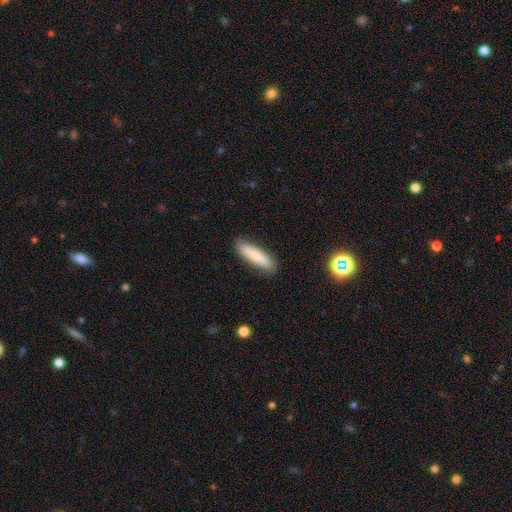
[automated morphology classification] The model was most divided on "how rounded": cigar-shaped: 72%, in between: 26%, round: 2%. More confident: merging — none (87%); smooth or featured — smooth (73%).